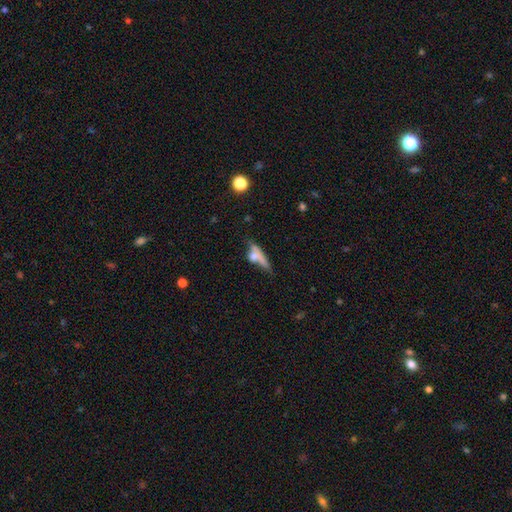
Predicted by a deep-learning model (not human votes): Morphology: type=smooth (58%); roundness=cigar-shaped (56%); merging=none (35%).